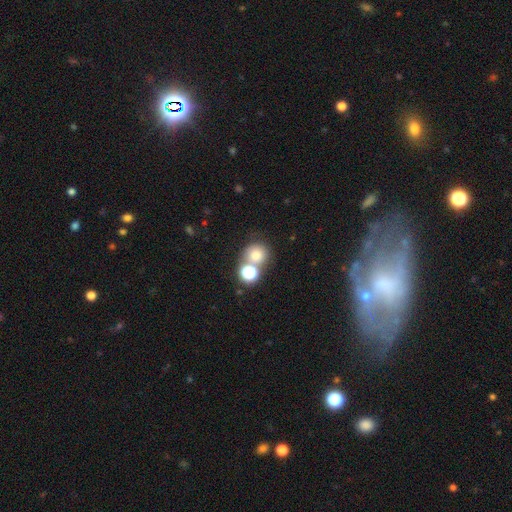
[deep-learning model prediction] This appears to be a smooth galaxy with no disk features (73%) that is round (85%). Merging: none (52%).